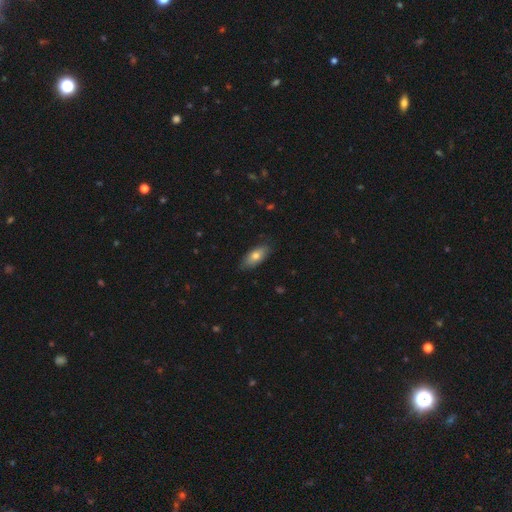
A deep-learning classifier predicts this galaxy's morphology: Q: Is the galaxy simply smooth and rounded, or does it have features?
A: smooth — 73%.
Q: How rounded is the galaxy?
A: in between — 84%.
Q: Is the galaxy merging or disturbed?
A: none — 83%.